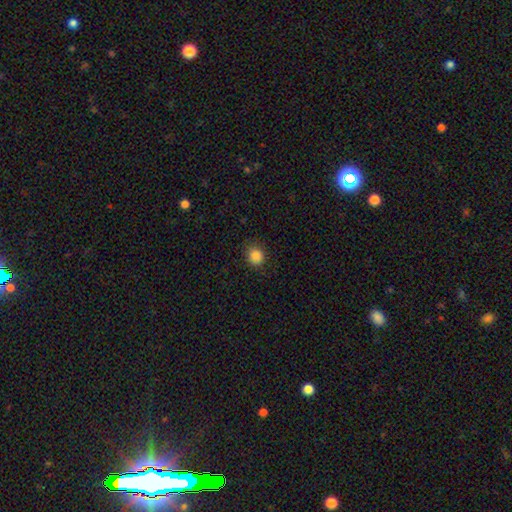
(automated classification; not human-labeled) Overall: smooth (86%). How rounded: round (80%). Merging: none (85%).